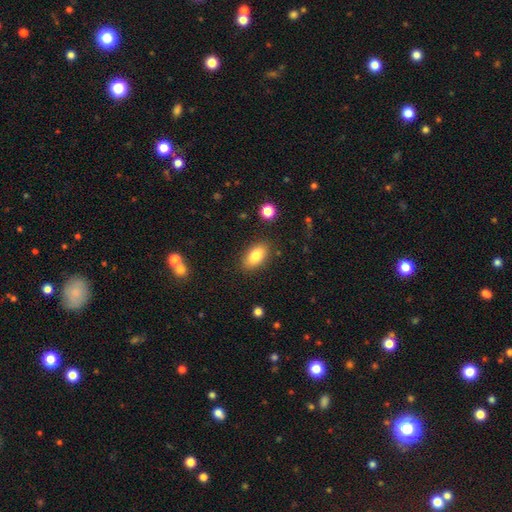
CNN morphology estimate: This is clearly a smooth galaxy (81%). How rounded: clearly in between (89%). Merging: clearly none (85%).